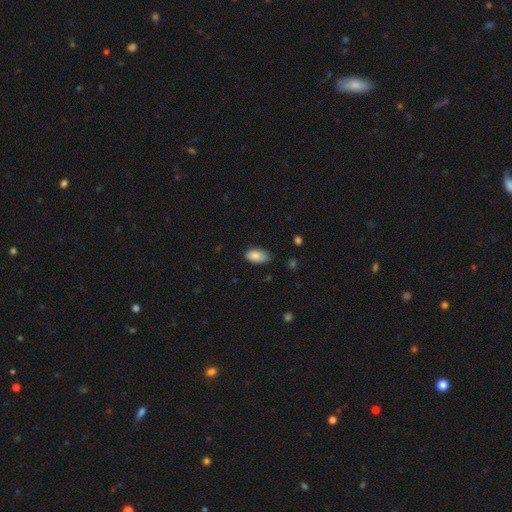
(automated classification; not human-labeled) Smooth or featured? smooth (85%)
How rounded? in between (94%)
Merging? none (67%)